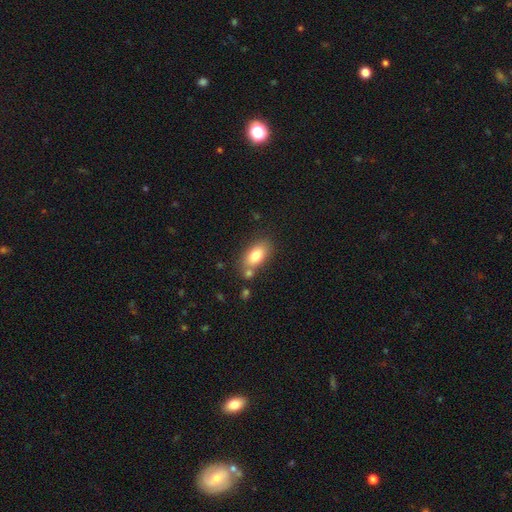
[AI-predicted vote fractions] smooth_or_featured: smooth (p=0.79) [alt: featured or disk p=0.14]
how_rounded: in between (p=0.89) [alt: round p=0.07]
merging: none (p=0.65) [alt: merger p=0.17]